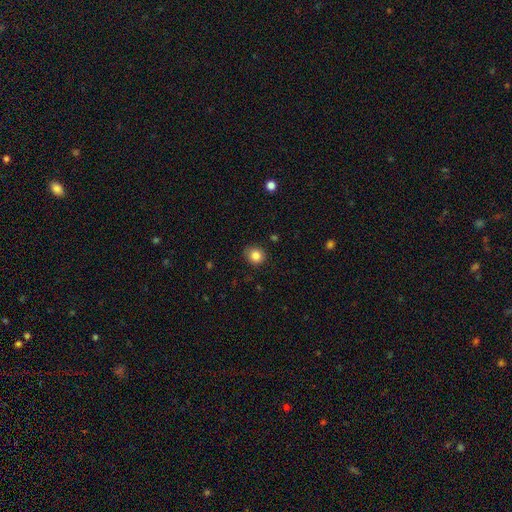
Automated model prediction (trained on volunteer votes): This is clearly a smooth galaxy (85%). How rounded: clearly round (84%). Merging: clearly none (86%).